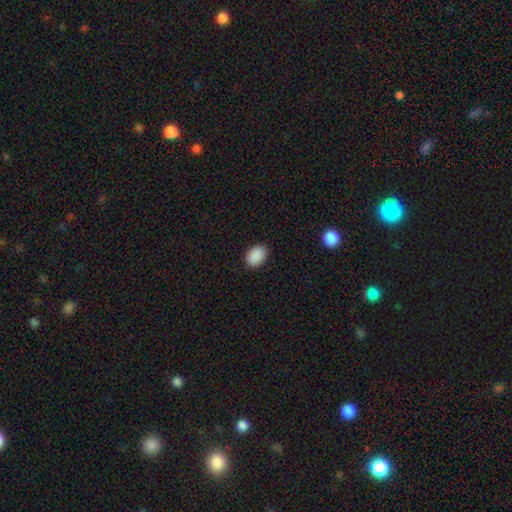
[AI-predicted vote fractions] smooth_or_featured: smooth (p=0.90) [alt: star or artifact p=0.07]
how_rounded: in between (p=0.83) [alt: round p=0.16]
merging: none (p=0.89) [alt: minor disturbance p=0.08]